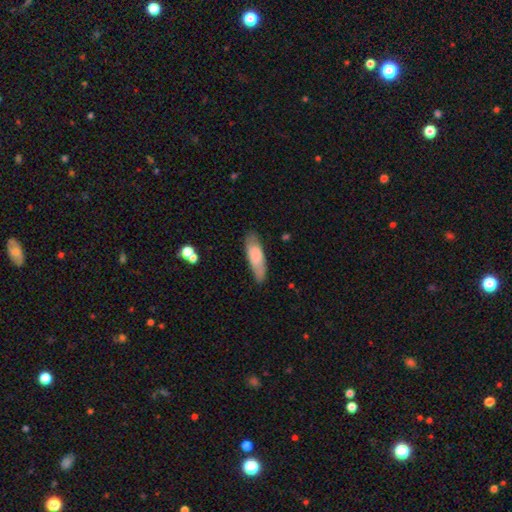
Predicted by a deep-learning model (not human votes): smooth-or-featured: smooth: 73% | featured or disk: 22% | star or artifact: 6%
  how-rounded: in between: 53% | cigar-shaped: 45% | round: 2%
  merging: none: 76% | minor disturbance: 18% | major disturbance: 4% | merger: 2%